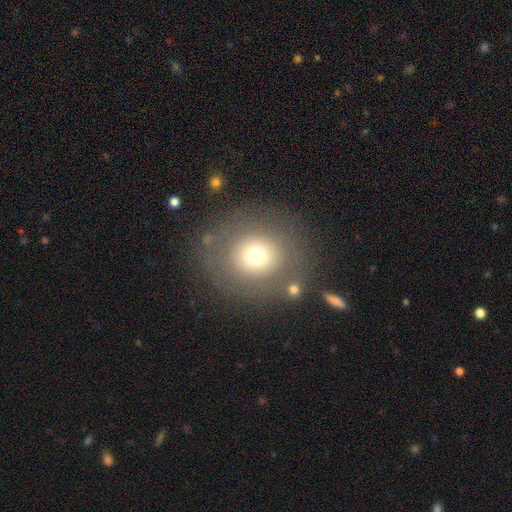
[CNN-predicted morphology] Q: Smooth or featured?
A: smooth (68%); runner-up: featured or disk (17%)
Q: How rounded?
A: round (85%); runner-up: in between (14%)
Q: Merging?
A: none (77%); runner-up: minor disturbance (11%)